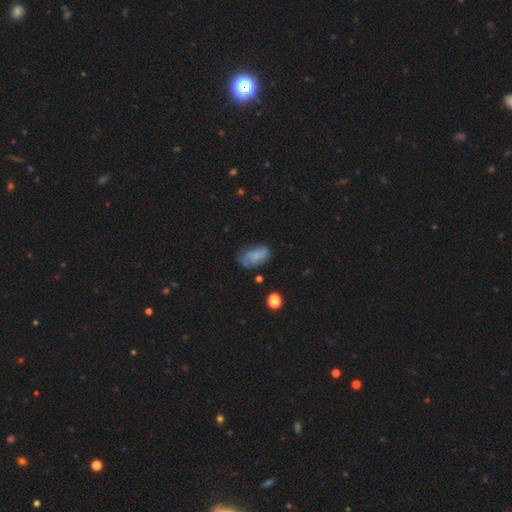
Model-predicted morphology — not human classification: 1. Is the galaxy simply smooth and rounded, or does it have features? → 58% smooth, 31% featured or disk, 11% star or artifact.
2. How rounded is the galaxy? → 89% in between, 8% round, 3% cigar-shaped.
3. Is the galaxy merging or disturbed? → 52% none, 30% minor disturbance, 14% major disturbance, 4% merger.